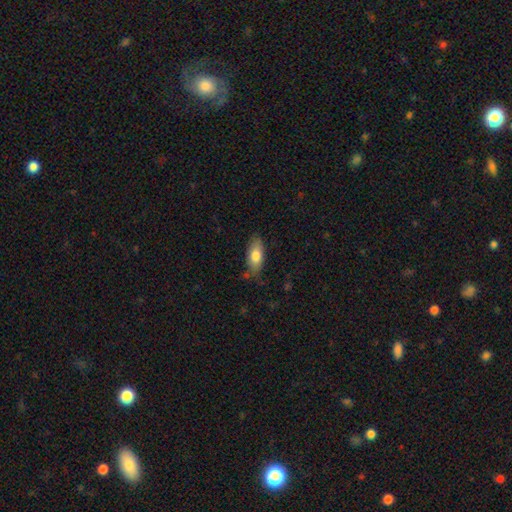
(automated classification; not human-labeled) Smooth or featured: smooth — 78% (featured or disk — 15%)
How rounded: in between — 82% (cigar-shaped — 15%)
Merging: none — 75% (minor disturbance — 19%)